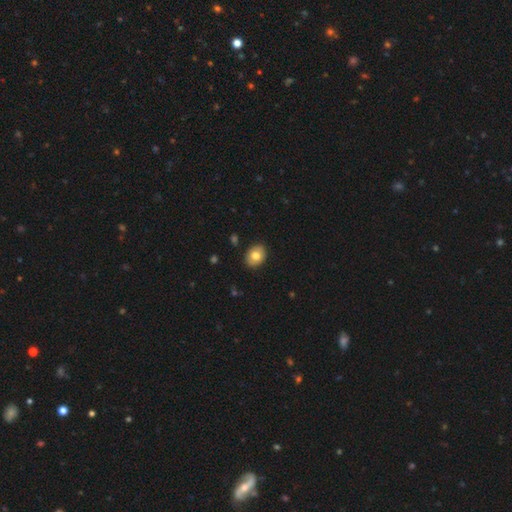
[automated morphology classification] This is likely a smooth galaxy (79%). How rounded: likely in between (63%). Merging: clearly none (88%).